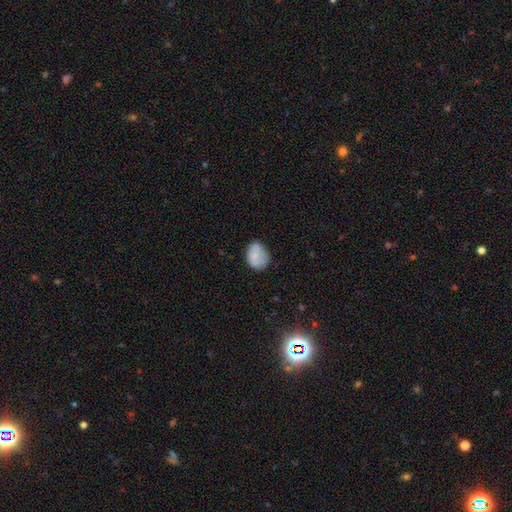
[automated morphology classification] Q: Smooth or featured?
A: smooth (77%); runner-up: featured or disk (15%)
Q: How rounded?
A: in between (60%); runner-up: round (39%)
Q: Merging?
A: none (65%); runner-up: minor disturbance (26%)